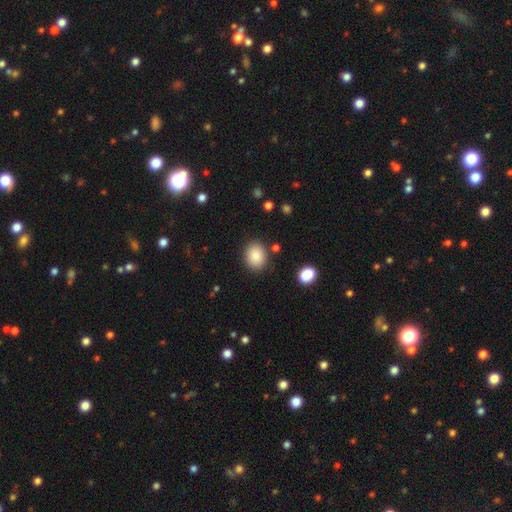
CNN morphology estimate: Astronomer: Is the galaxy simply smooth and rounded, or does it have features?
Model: smooth — 87%.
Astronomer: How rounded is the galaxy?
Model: in between — 54% (runner-up: round, 46%).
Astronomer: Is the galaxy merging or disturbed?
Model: none — 86%.